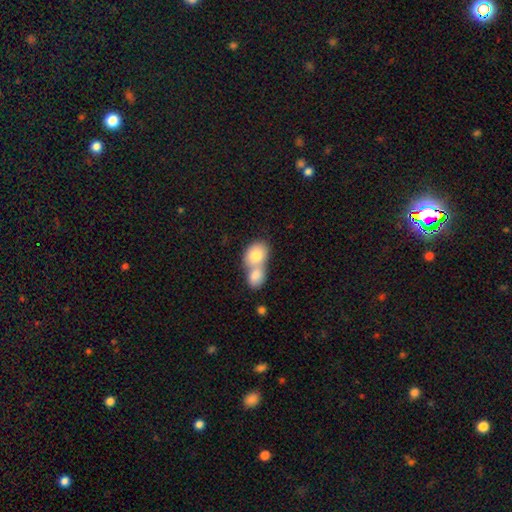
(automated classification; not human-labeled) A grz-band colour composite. It shows a smooth galaxy with no disk features (78%) that is in between round and cigar-shaped (65%). Merging: merger (74%).